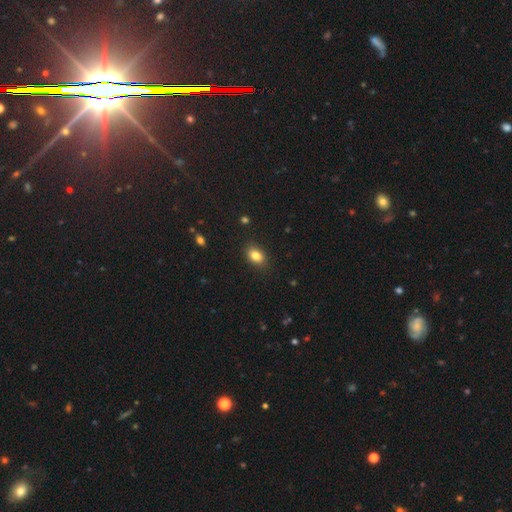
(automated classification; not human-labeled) Overall: smooth (83%). How rounded: in between (79%). Merging: none (86%).